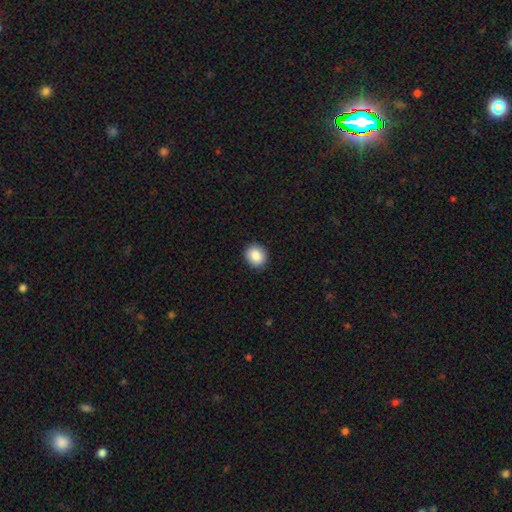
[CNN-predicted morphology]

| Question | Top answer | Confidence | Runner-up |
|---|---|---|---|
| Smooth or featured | smooth | 86% | star or artifact (8%) |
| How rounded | round | 72% | in between (27%) |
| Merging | none | 90% | minor disturbance (7%) |